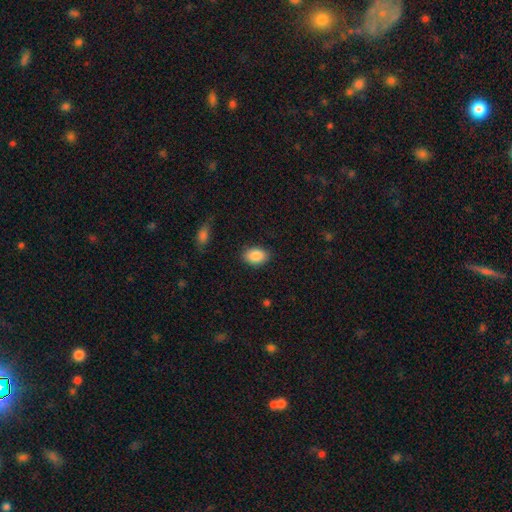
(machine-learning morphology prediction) Smooth or featured?
  - smooth: 88% *
  - star or artifact: 7%
  - featured or disk: 4%
How rounded?
  - in between: 82% *
  - round: 17%
  - cigar-shaped: 1%
Merging?
  - none: 87% *
  - minor disturbance: 9%
  - major disturbance: 3%
  - merger: 1%